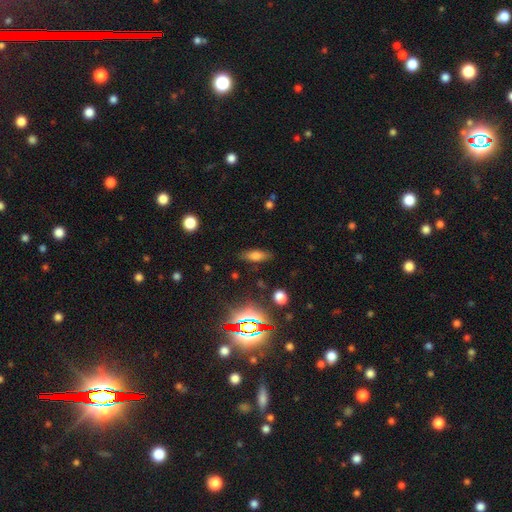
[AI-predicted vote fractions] smooth 67%, featured or disk 17%, star or artifact 16%. Down the decision tree: how rounded — in between (68%); merging — none (83%).